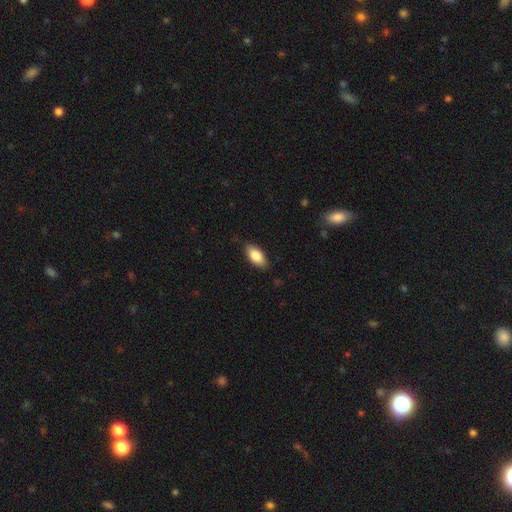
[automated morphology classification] Smooth or featured? smooth (83%)
How rounded? in between (91%)
Merging? none (84%)